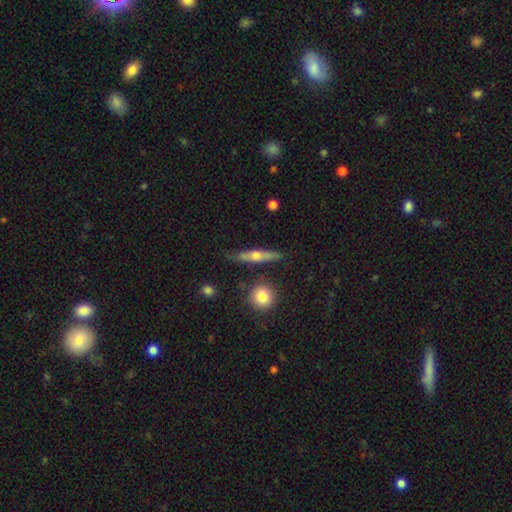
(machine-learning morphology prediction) Smooth or featured?
  - featured or disk: 51% *
  - smooth: 42%
  - star or artifact: 6%
Edge-on disk?
  - yes: 90% *
  - no: 10%
Merging?
  - none: 79% *
  - minor disturbance: 14%
  - merger: 4%
  - major disturbance: 3%